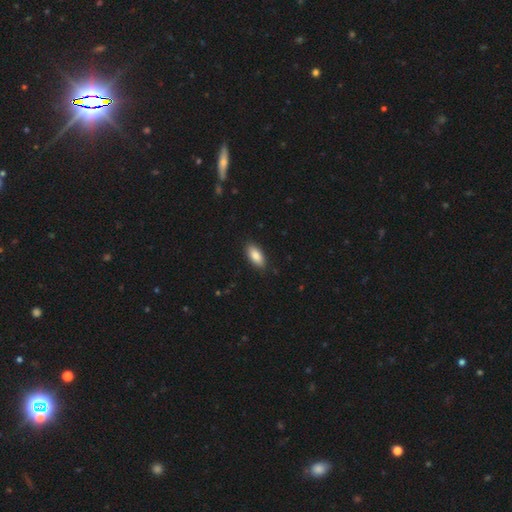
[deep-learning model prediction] smooth_or_featured: smooth (p=0.87) [alt: featured or disk p=0.07]
how_rounded: in between (p=0.90) [alt: cigar-shaped p=0.08]
merging: none (p=0.88) [alt: minor disturbance p=0.09]